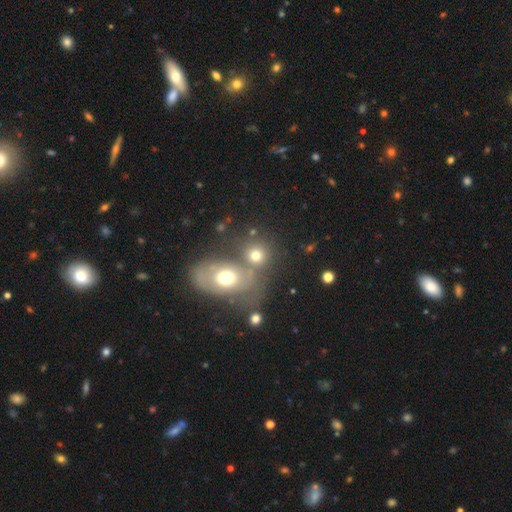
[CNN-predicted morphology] smooth 69%, featured or disk 17%, star or artifact 13%. Down the decision tree: how rounded — round (71%); merging — none (45%).